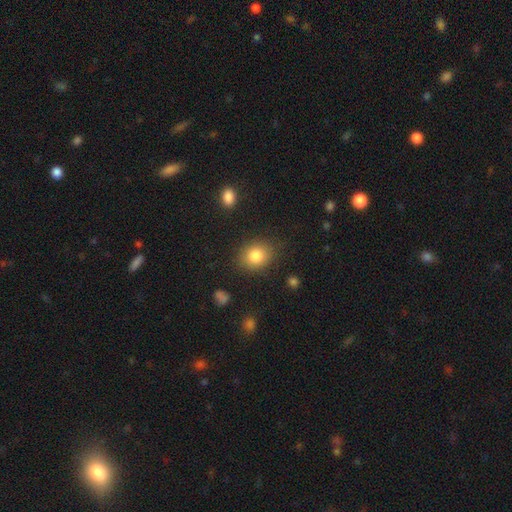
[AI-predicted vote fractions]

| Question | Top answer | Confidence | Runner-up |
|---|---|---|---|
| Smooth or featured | smooth | 83% | star or artifact (10%) |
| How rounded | round | 55% | in between (44%) |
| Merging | none | 84% | minor disturbance (11%) |